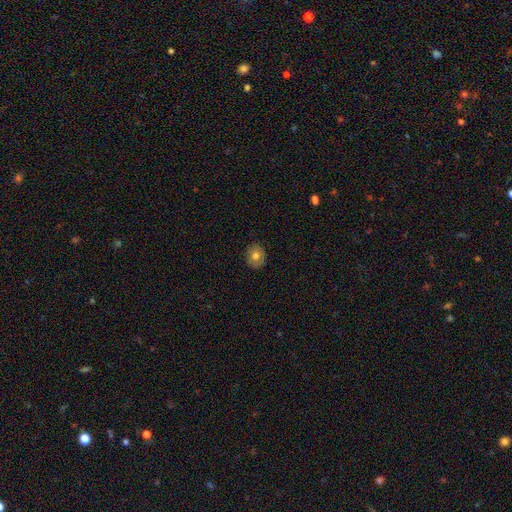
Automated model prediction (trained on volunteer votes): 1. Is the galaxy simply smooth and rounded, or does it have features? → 68% smooth, 23% featured or disk, 9% star or artifact.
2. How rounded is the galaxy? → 69% round, 30% in between, 1% cigar-shaped.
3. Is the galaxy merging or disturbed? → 86% none, 11% minor disturbance, 2% major disturbance, 1% merger.